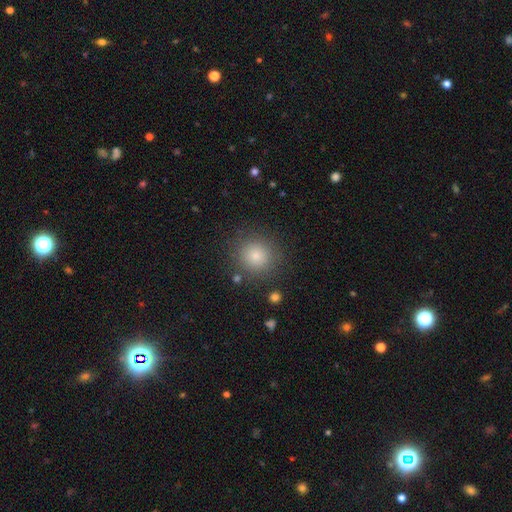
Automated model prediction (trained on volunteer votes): A smooth galaxy with no disk features (79%) that is round (92%). Merging: none (88%).